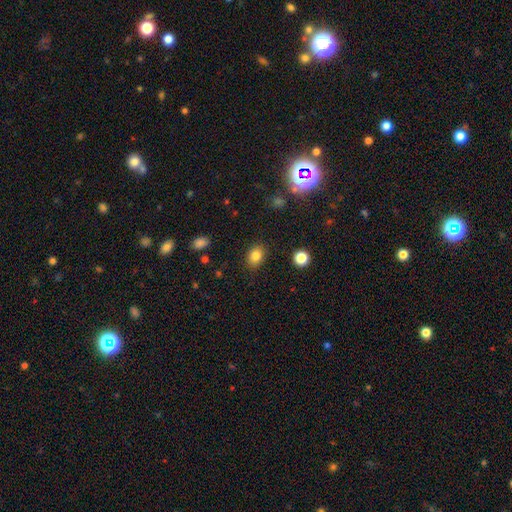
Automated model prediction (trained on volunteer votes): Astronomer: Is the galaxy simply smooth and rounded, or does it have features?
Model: smooth — 83%.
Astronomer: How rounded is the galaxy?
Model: in between — 66%.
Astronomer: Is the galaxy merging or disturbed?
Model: none — 86%.